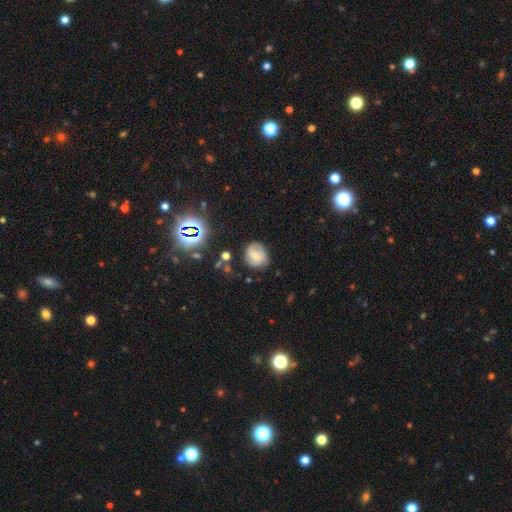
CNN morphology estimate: A smooth galaxy with no disk features (46%). Merging: none (70%).